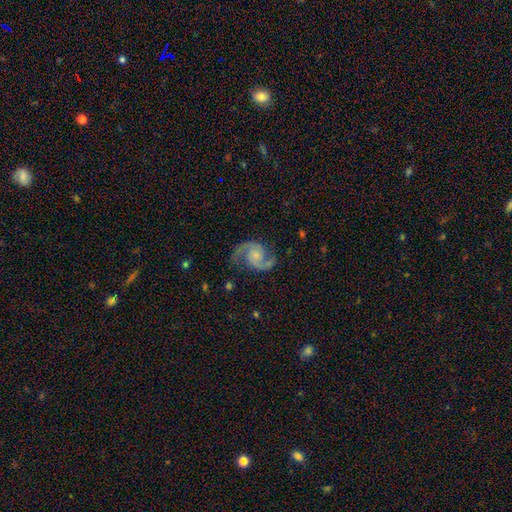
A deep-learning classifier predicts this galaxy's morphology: featured or disk 91%, star or artifact 5%, smooth 4%. Down the decision tree: edge-on disk — no (98%); bar — no (70%); spiral arms — yes (98%); spiral arm count — 2 (94%); spiral winding — medium (59%); bulge size — small (52%); merging — none (79%).